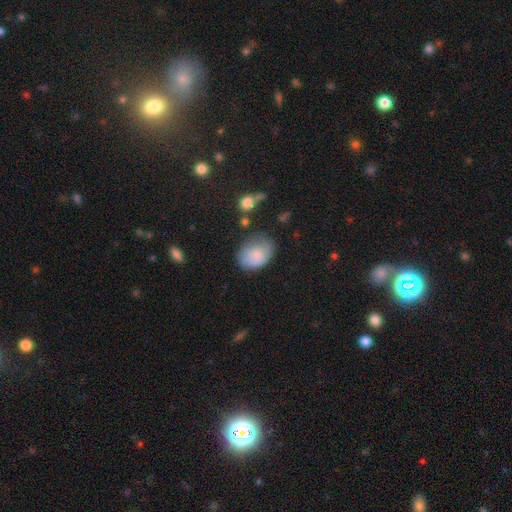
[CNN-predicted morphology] Overall: smooth (74%). How rounded: in between (66%; round 33%). Merging: none (47%; minor disturbance 34%).